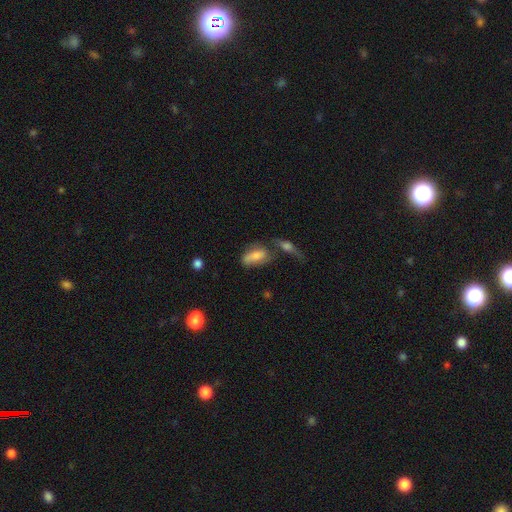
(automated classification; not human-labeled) Smooth or featured: smooth — 63% (featured or disk — 26%)
How rounded: in between — 84% (cigar-shaped — 11%)
Merging: none — 42% (merger — 24%)